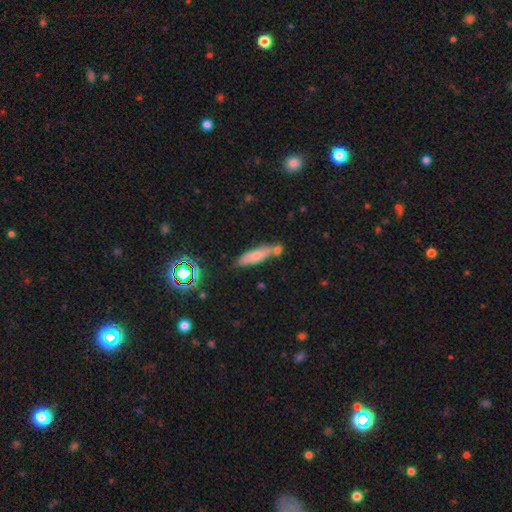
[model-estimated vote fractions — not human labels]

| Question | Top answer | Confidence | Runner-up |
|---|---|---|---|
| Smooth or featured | smooth | 64% | featured or disk (24%) |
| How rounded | cigar-shaped | 63% | in between (34%) |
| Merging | none | 57% | merger (20%) |